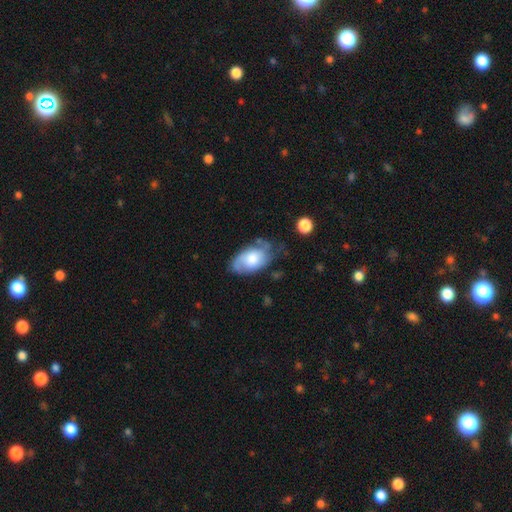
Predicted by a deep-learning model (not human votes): Overall: smooth (52%; featured or disk 41%). How rounded: in between (92%). Merging: none (49%; minor disturbance 33%).